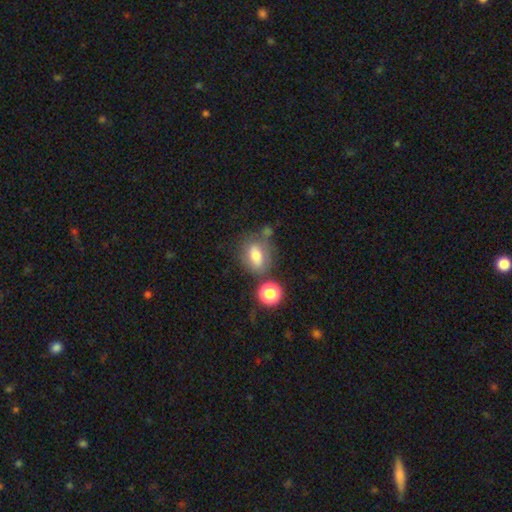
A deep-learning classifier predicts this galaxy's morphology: This is likely a smooth galaxy (69%). How rounded: likely in between (69%). Merging: possibly none (55%).